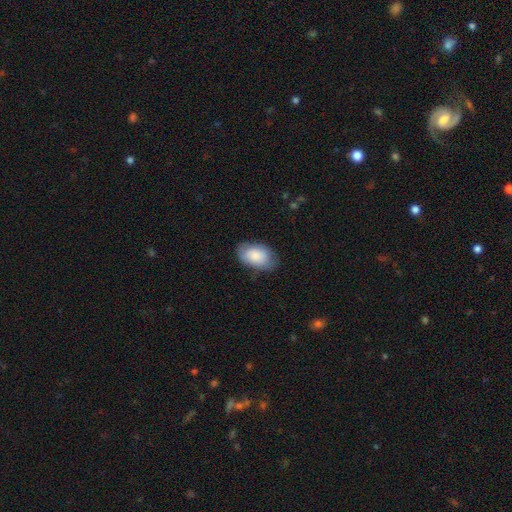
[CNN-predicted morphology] This is clearly a smooth galaxy (84%). How rounded: clearly in between (93%). Merging: likely none (74%).